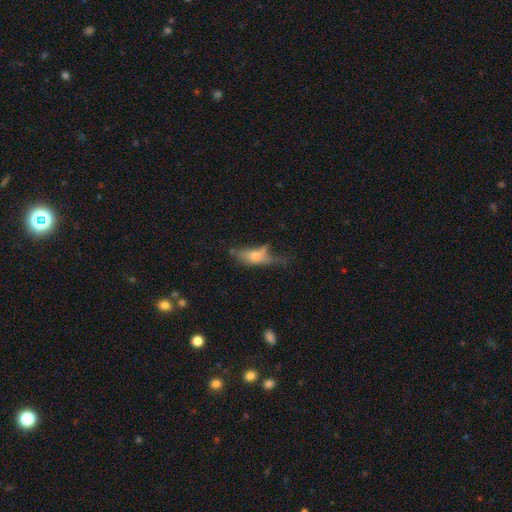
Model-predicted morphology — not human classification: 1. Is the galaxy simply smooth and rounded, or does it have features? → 50% smooth, 39% featured or disk, 11% star or artifact.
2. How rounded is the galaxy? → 56% in between, 40% cigar-shaped, 4% round.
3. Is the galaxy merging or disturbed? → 34% none, 31% major disturbance, 27% minor disturbance, 8% merger.